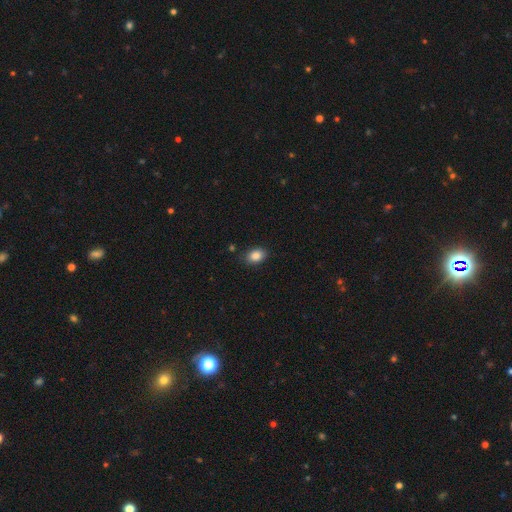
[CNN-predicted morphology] Smooth or featured: smooth — 86% (star or artifact — 9%)
How rounded: in between — 78% (round — 21%)
Merging: none — 85% (minor disturbance — 11%)